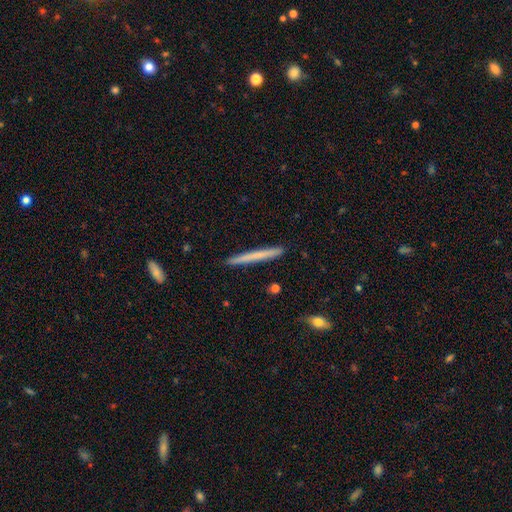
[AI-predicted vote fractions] Smooth or featured? Predicted: smooth (p=0.63). How rounded? Predicted: cigar-shaped (p=0.97). Merging? Predicted: none (p=0.92).